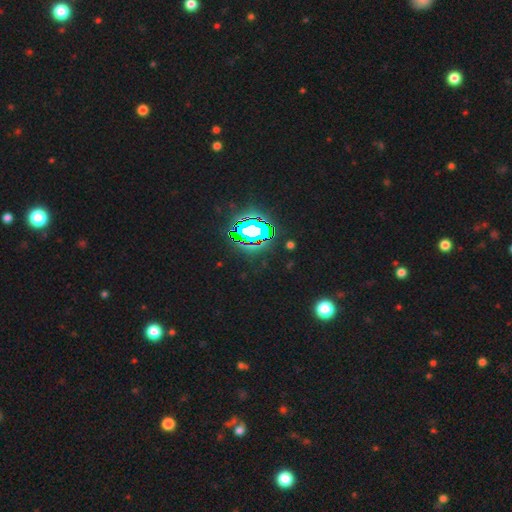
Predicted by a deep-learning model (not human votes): Overall: star or artifact (82%).